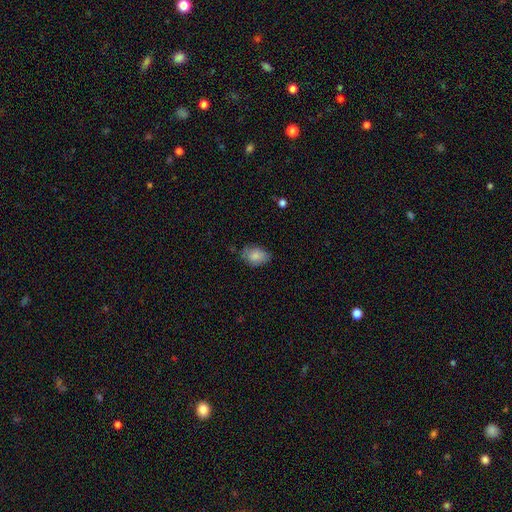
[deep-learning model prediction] A smooth galaxy with no disk features (82%) that is in between round and cigar-shaped (82%).

Vote fractions:
- Smooth or featured? smooth: 82% / featured or disk: 10% / star or artifact: 7%
- How rounded? in between: 82% / round: 16% / cigar-shaped: 1%
- Merging? none: 68% / minor disturbance: 26% / major disturbance: 5% / merger: 1%